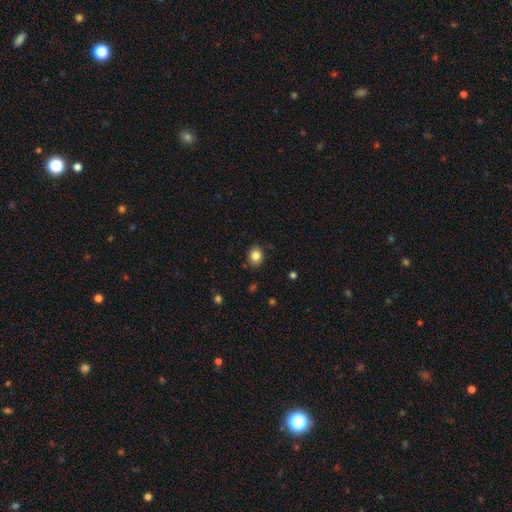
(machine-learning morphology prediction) Smooth or featured? Predicted: smooth (p=0.84). How rounded? Predicted: round (p=0.58). Merging? Predicted: none (p=0.88).